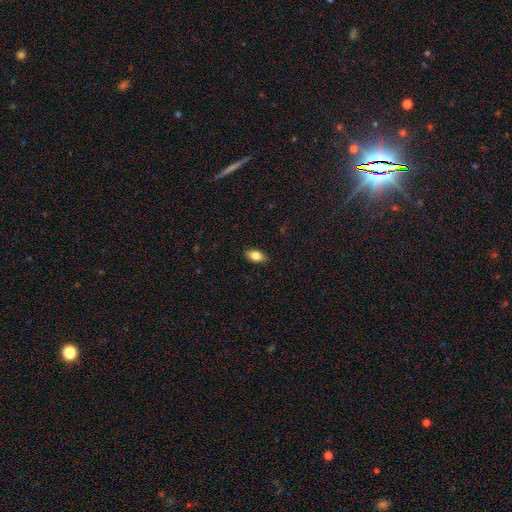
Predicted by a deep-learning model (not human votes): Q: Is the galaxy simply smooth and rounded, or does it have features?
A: smooth — 82%.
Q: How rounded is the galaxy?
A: in between — 90%.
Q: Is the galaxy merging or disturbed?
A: none — 88%.